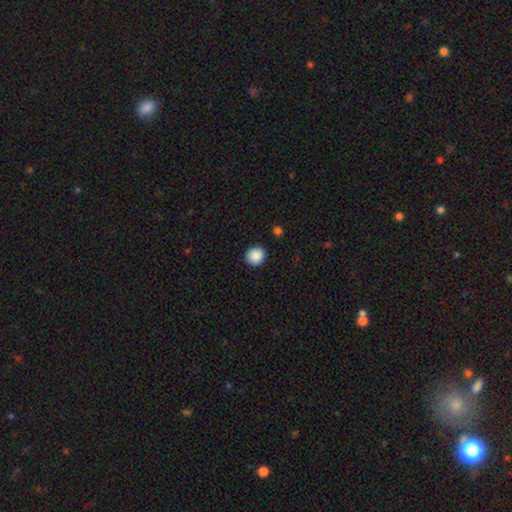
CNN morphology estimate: Q: Smooth or featured?
A: smooth (89%); runner-up: star or artifact (8%)
Q: How rounded?
A: round (86%); runner-up: in between (13%)
Q: Merging?
A: none (90%); runner-up: minor disturbance (6%)